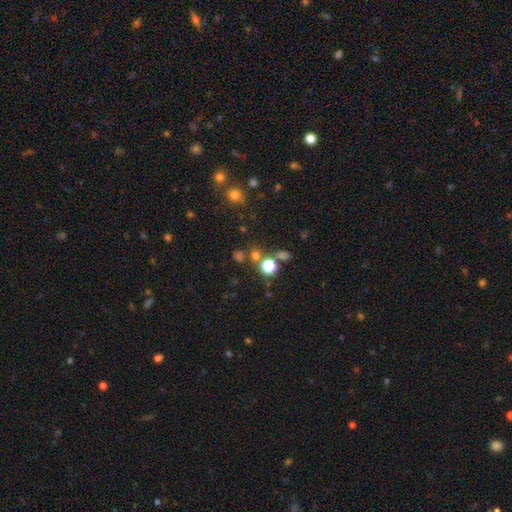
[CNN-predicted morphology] Q: Smooth or featured?
A: smooth (60%); runner-up: star or artifact (33%)
Q: How rounded?
A: round (86%); runner-up: in between (13%)
Q: Merging?
A: none (68%); runner-up: merger (19%)